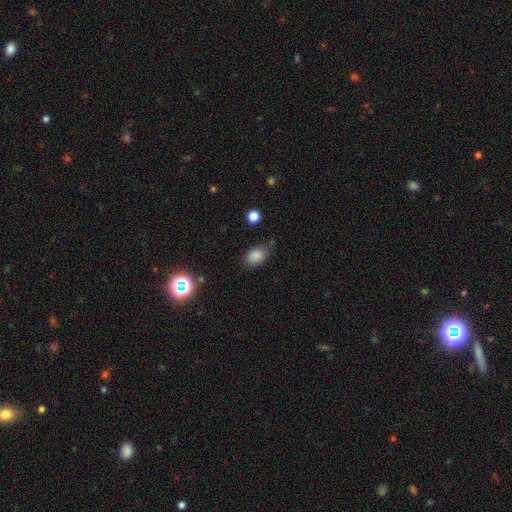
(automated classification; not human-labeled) A smooth galaxy with no disk features (82%) that is in between round and cigar-shaped (82%).

Vote fractions:
- Smooth or featured? smooth: 82% / star or artifact: 12% / featured or disk: 6%
- How rounded? in between: 82% / round: 17% / cigar-shaped: 2%
- Merging? none: 69% / minor disturbance: 22% / major disturbance: 5% / merger: 3%